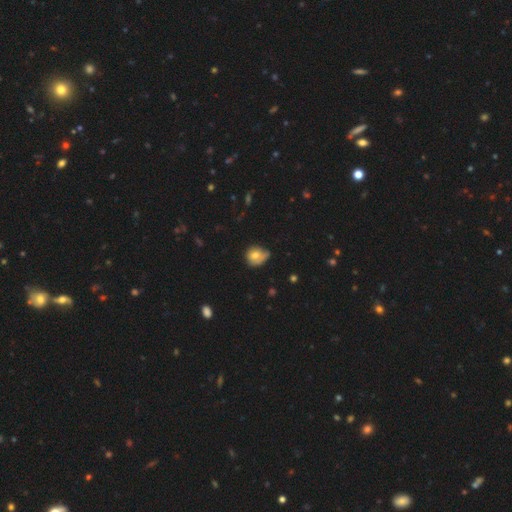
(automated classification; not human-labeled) smooth 74%, featured or disk 17%, star or artifact 9%. Down the decision tree: how rounded — round (71%); merging — minor disturbance (41%, tied with none).